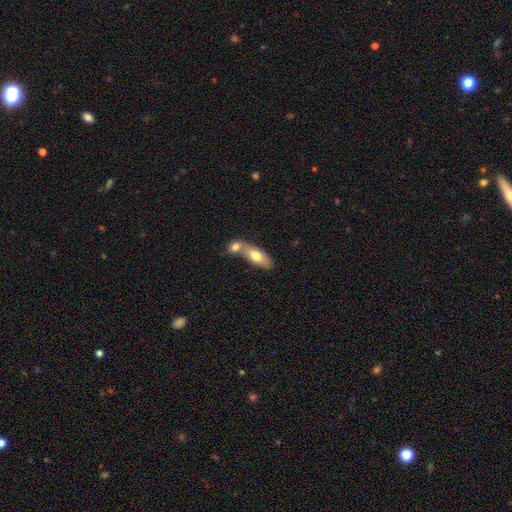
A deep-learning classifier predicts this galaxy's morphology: Q: Smooth or featured?
A: smooth (72%); runner-up: featured or disk (22%)
Q: How rounded?
A: in between (79%); runner-up: cigar-shaped (16%)
Q: Merging?
A: merger (55%); runner-up: none (33%)